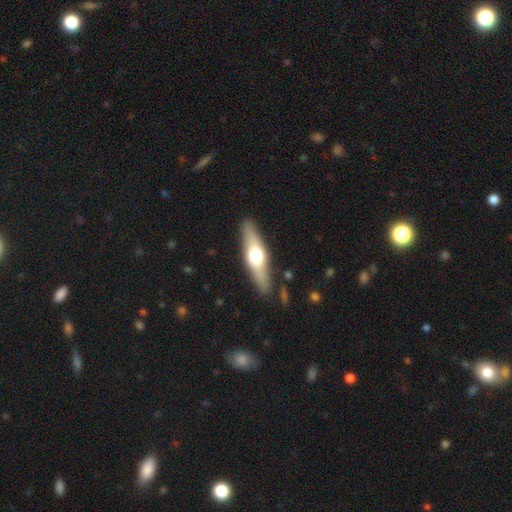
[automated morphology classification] Overall: featured or disk (54%; smooth 41%). Edge-on disk: yes (88%). Merging: none (87%).